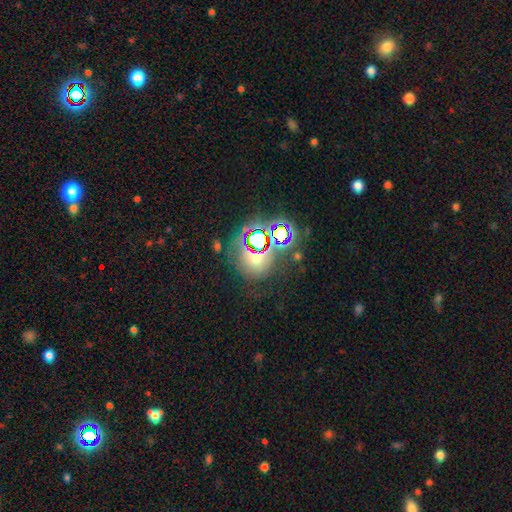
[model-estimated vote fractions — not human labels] star or artifact 52%, smooth 33%, featured or disk 15%.